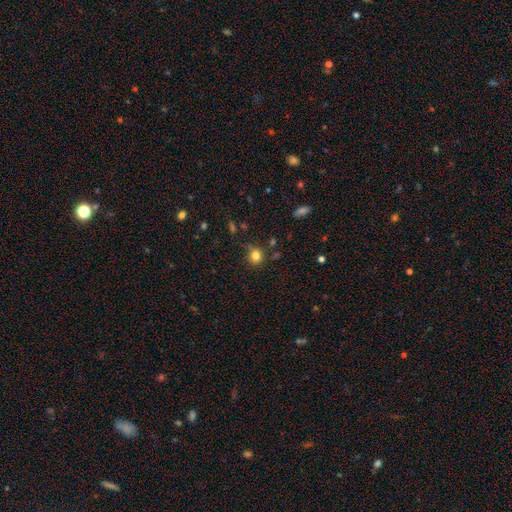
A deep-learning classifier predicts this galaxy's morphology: smooth_or_featured: smooth (p=0.81) [alt: star or artifact p=0.13]
how_rounded: round (p=0.86) [alt: in between p=0.13]
merging: none (p=0.79) [alt: minor disturbance p=0.14]